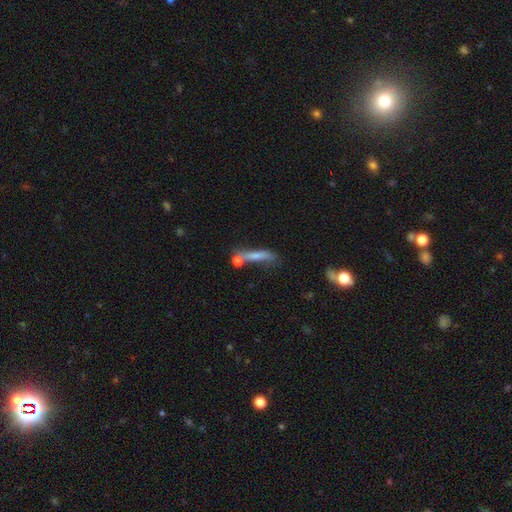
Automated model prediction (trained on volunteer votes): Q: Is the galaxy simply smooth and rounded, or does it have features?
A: smooth — 61%.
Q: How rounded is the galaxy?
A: cigar-shaped — 82%.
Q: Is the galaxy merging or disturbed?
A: none — 45%.